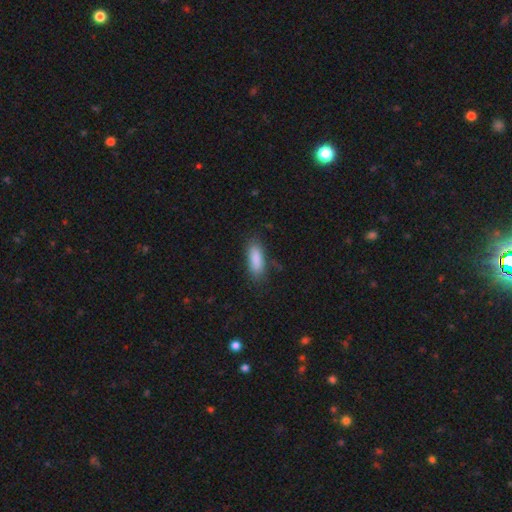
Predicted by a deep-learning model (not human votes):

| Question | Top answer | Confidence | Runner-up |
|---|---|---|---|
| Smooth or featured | smooth | 87% | star or artifact (7%) |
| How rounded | in between | 67% | cigar-shaped (31%) |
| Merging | none | 81% | minor disturbance (14%) |